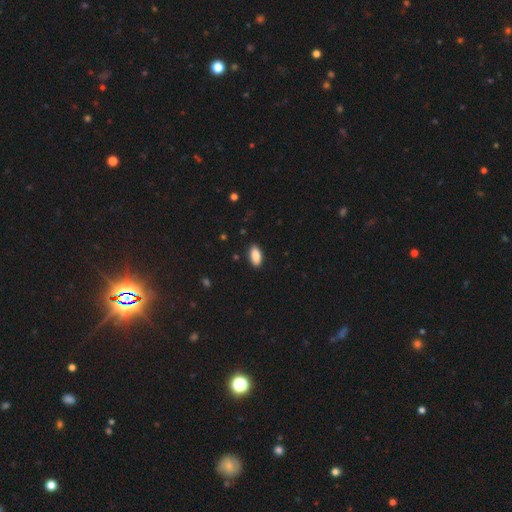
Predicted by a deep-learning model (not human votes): Smooth or featured? smooth (89%)
How rounded? in between (91%)
Merging? none (89%)